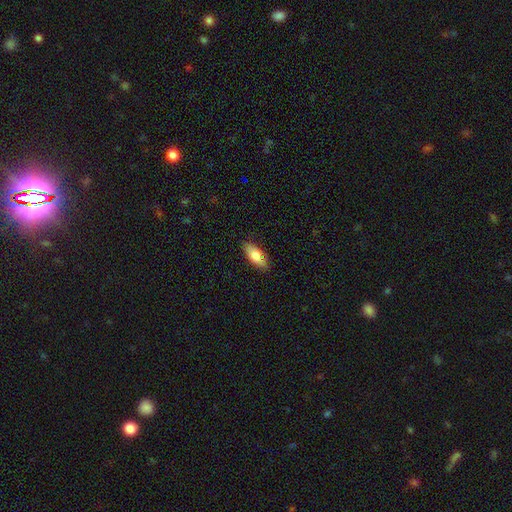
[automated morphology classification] Q: Smooth or featured?
A: smooth (74%); runner-up: featured or disk (19%)
Q: How rounded?
A: in between (77%); runner-up: cigar-shaped (20%)
Q: Merging?
A: none (84%); runner-up: minor disturbance (12%)